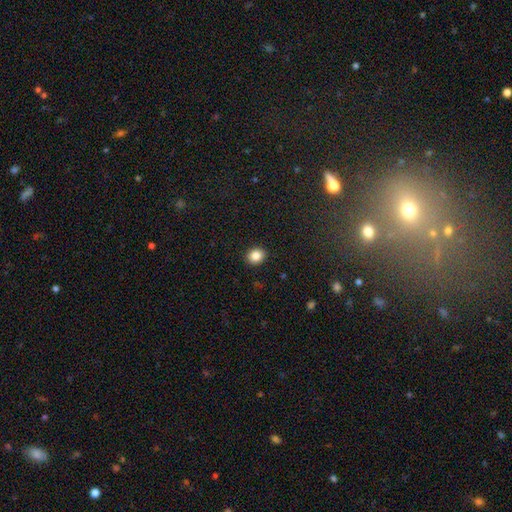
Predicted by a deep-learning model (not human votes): This is clearly a smooth galaxy (86%). How rounded: likely round (66%). Merging: clearly none (91%).